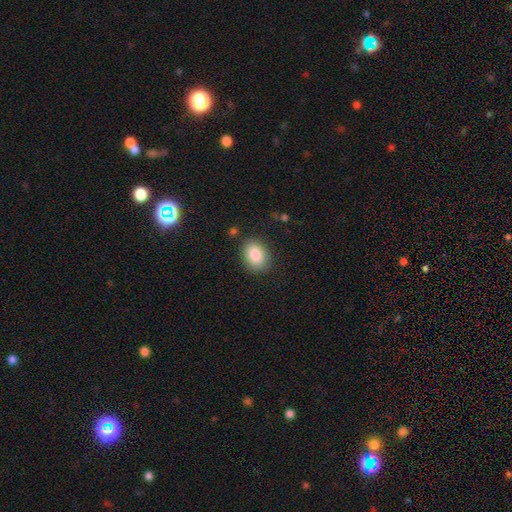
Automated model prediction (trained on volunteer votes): smooth_or_featured: smooth (p=0.86) [alt: star or artifact p=0.07]
how_rounded: in between (p=0.76) [alt: round p=0.23]
merging: none (p=0.84) [alt: minor disturbance p=0.11]